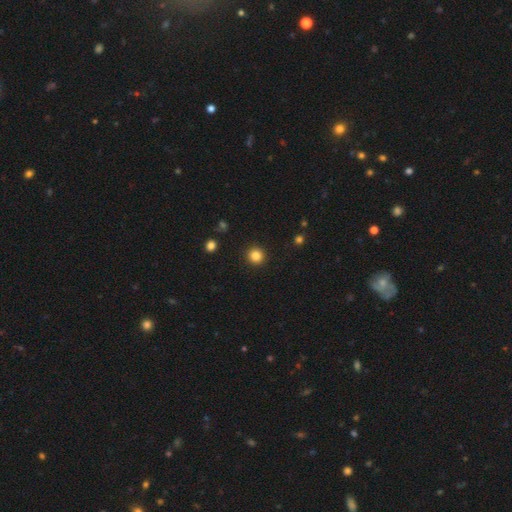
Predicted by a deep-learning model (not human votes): The model was most divided on "smooth or featured": smooth: 84%, star or artifact: 12%, featured or disk: 4%. More confident: how rounded — round (95%); merging — none (93%).